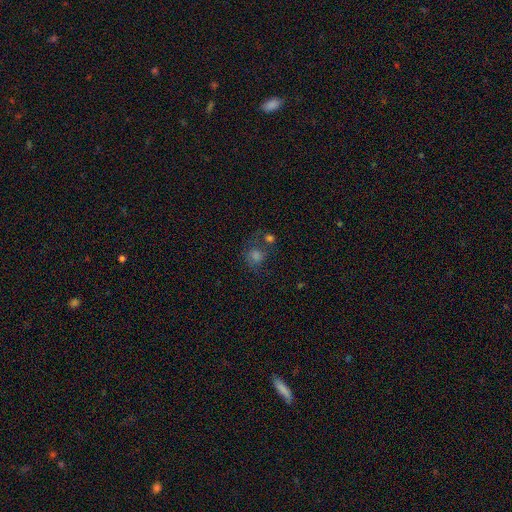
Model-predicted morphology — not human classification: The model was most divided on "smooth or featured": smooth: 52%, star or artifact: 28%, featured or disk: 20%. Remaining: how rounded — round (77%); merging — none (49%).